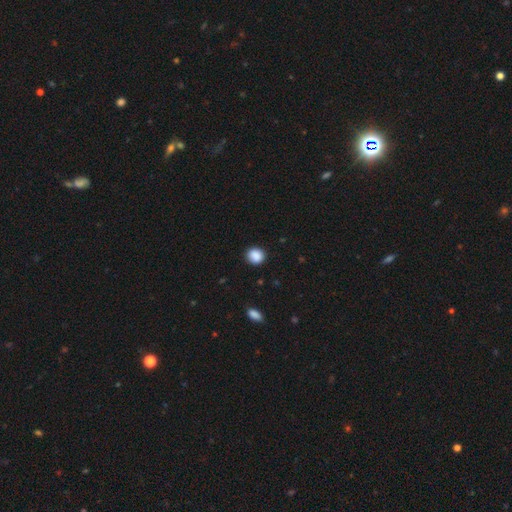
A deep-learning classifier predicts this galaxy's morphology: Q: Smooth or featured?
A: smooth (89%); runner-up: star or artifact (8%)
Q: How rounded?
A: round (83%); runner-up: in between (16%)
Q: Merging?
A: none (89%); runner-up: minor disturbance (8%)